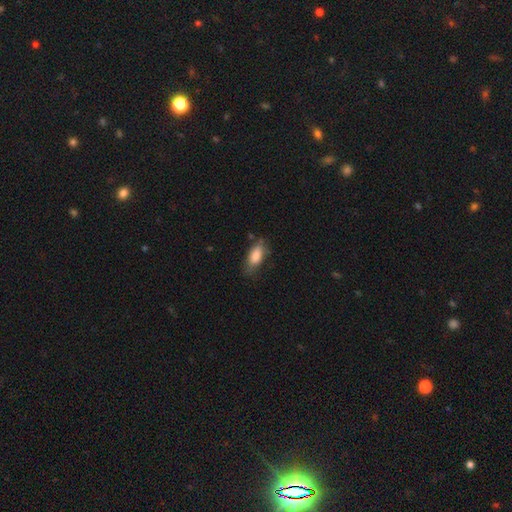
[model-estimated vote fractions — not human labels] Smooth or featured: smooth — 83% (featured or disk — 10%)
How rounded: in between — 84% (cigar-shaped — 14%)
Merging: none — 63% (minor disturbance — 27%)